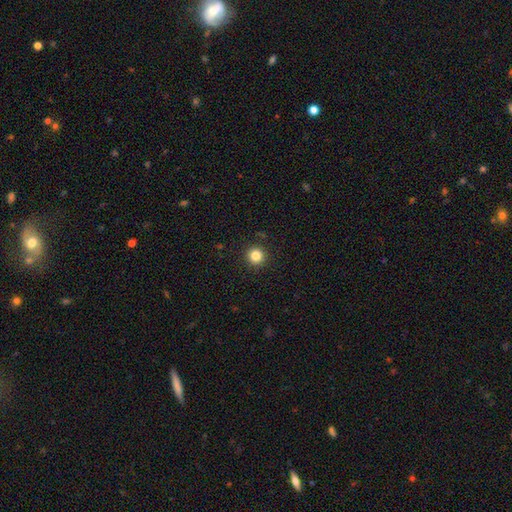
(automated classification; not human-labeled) A smooth galaxy with no disk features (83%) that is round (95%).

Vote fractions:
- Smooth or featured? smooth: 83% / star or artifact: 12% / featured or disk: 5%
- How rounded? round: 95% / in between: 4% / cigar-shaped: 1%
- Merging? none: 92% / minor disturbance: 5% / major disturbance: 2% / merger: 1%